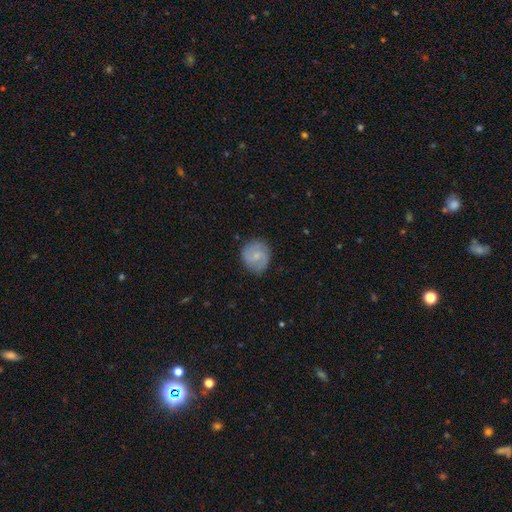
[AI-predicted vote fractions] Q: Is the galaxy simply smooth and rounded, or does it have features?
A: featured or disk — 52%.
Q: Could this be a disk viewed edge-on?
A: no — 98%.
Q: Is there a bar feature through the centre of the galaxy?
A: no — 53%.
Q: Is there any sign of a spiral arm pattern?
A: yes — 89%.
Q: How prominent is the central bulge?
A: small — 64%.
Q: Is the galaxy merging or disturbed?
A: none — 80%.